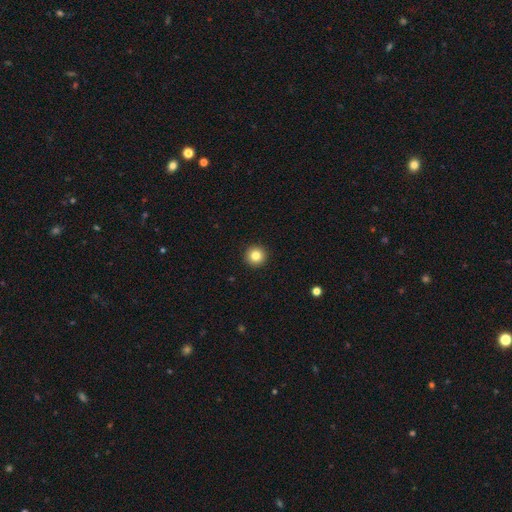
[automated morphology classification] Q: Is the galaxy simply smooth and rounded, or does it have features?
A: smooth — 83%.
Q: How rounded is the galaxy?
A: round — 96%.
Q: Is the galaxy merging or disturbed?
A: none — 94%.